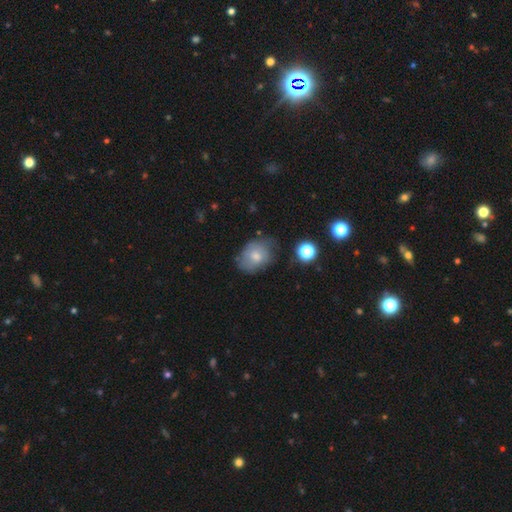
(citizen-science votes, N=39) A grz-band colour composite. It shows a smooth galaxy with no disk features (72%) that is round (50%, tied with in between). Merging: none (57%).